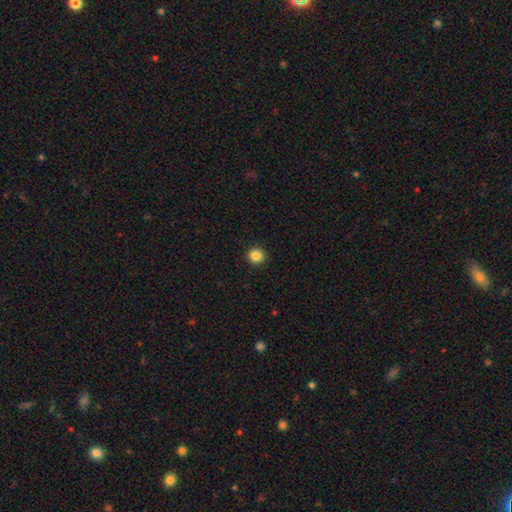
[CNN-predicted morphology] Smooth or featured? Predicted: smooth (p=0.85). How rounded? Predicted: round (p=0.91). Merging? Predicted: none (p=0.93).